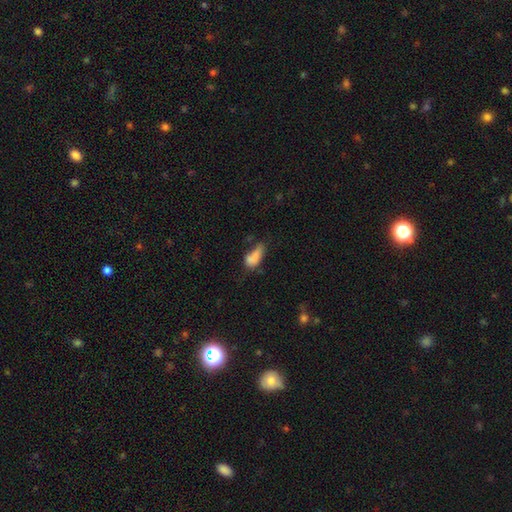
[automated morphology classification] Smooth or featured? smooth (76%)
How rounded? in between (81%)
Merging? none (31%)